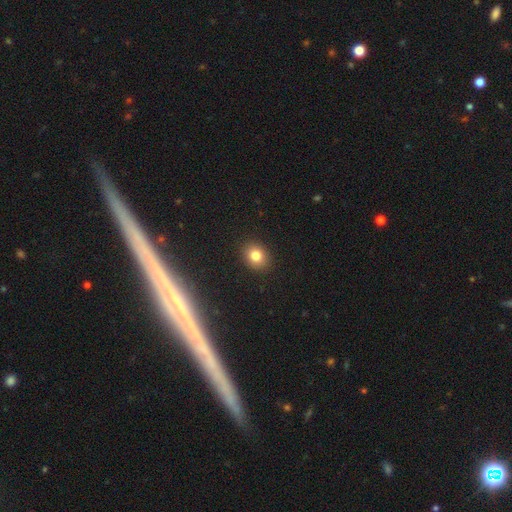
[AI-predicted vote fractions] Morphology: type=smooth (81%); roundness=round (54%); merging=none (90%).